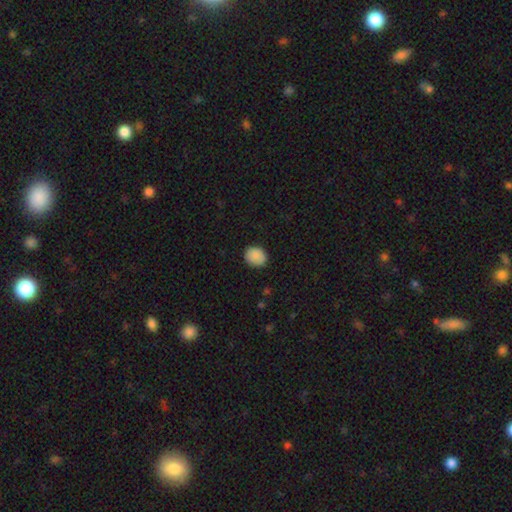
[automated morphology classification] type=smooth (89%); roundness=round (59%); merging=none (87%).